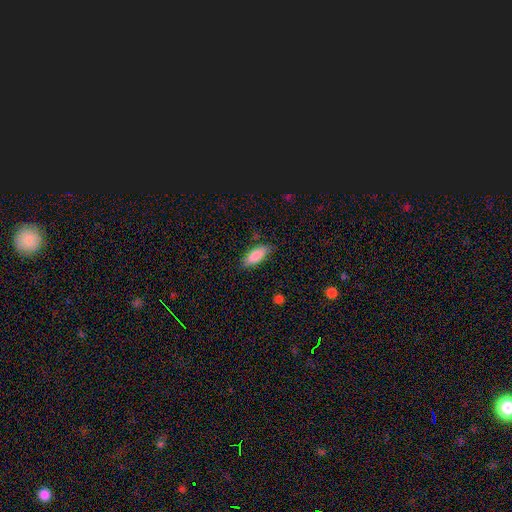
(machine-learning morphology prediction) This is clearly a smooth galaxy (87%). How rounded: likely in between (76%). Merging: clearly none (80%).